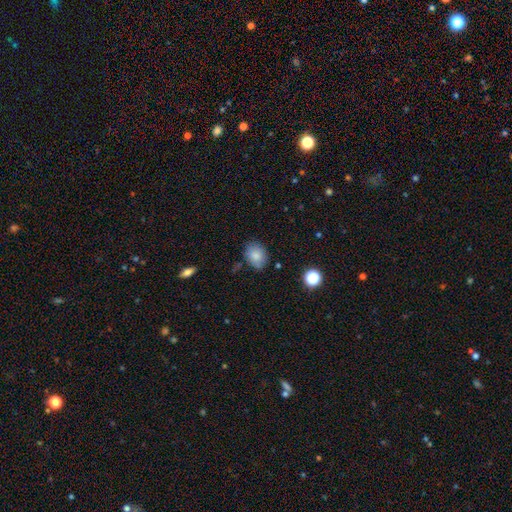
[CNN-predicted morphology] Q: Smooth or featured?
A: smooth (83%); runner-up: star or artifact (9%)
Q: How rounded?
A: in between (63%); runner-up: round (36%)
Q: Merging?
A: none (76%); runner-up: minor disturbance (17%)